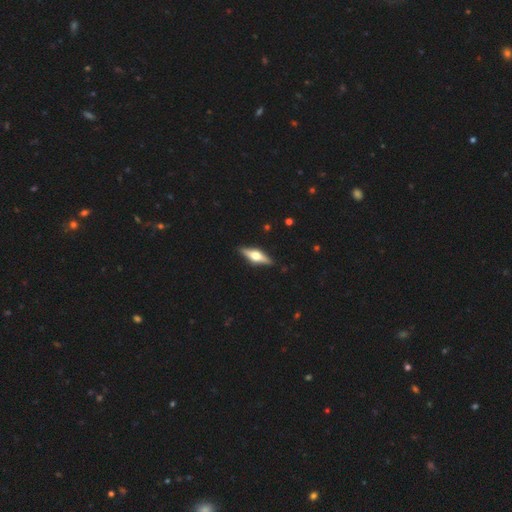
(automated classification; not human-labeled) A featured or disk galaxy (73%) viewed edge-on (96%) with a rounded central bulge (95%). Merging: none (90%).